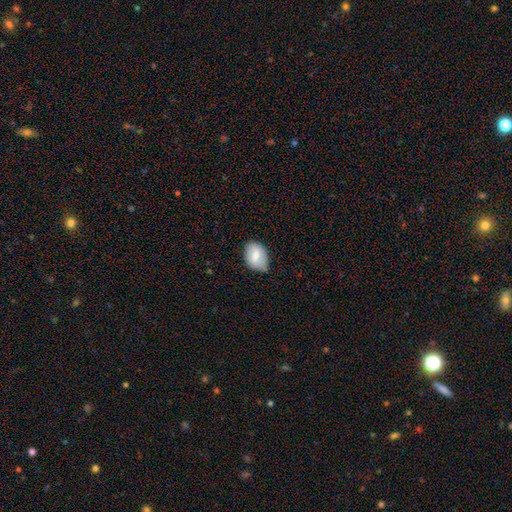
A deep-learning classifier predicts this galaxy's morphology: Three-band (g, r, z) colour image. It shows a smooth galaxy with no disk features (70%) that is in between round and cigar-shaped (77%). Merging: none (66%).